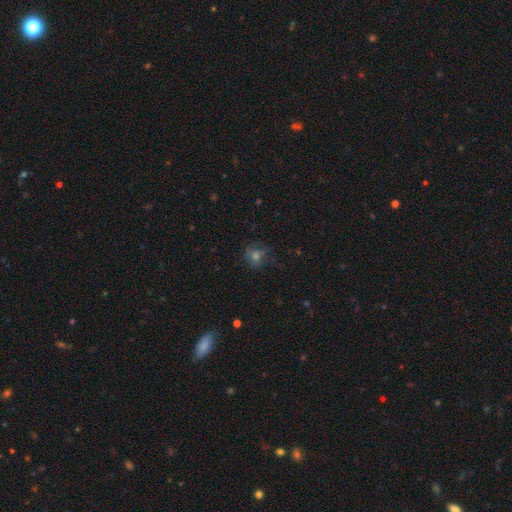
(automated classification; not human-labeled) Q: Smooth or featured?
A: smooth (59%); runner-up: star or artifact (24%)
Q: How rounded?
A: round (75%); runner-up: in between (24%)
Q: Merging?
A: none (66%); runner-up: minor disturbance (20%)